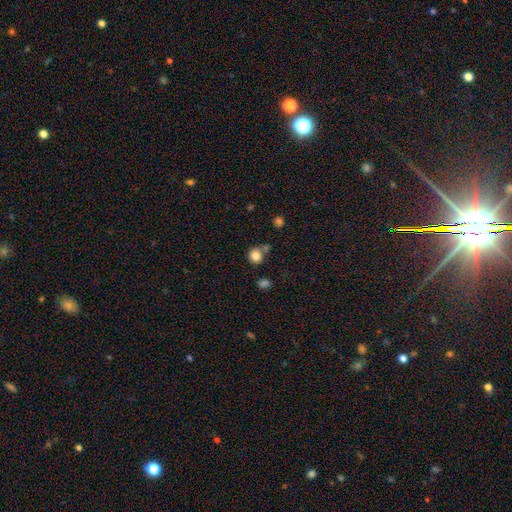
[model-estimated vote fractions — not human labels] Smooth or featured? smooth (83%)
How rounded? round (87%)
Merging? none (66%)